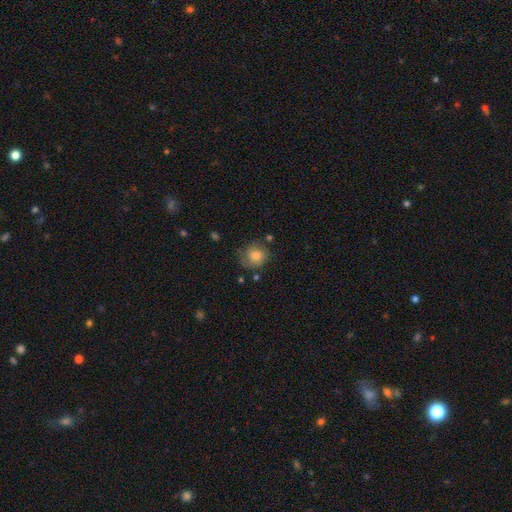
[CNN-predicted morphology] type=smooth (63%); roundness=round (82%); merging=none (61%).